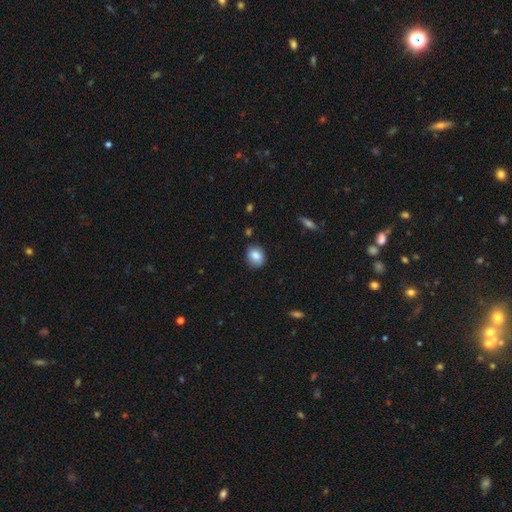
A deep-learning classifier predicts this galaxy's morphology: Smooth or featured? smooth (84%)
How rounded? round (60%)
Merging? none (81%)